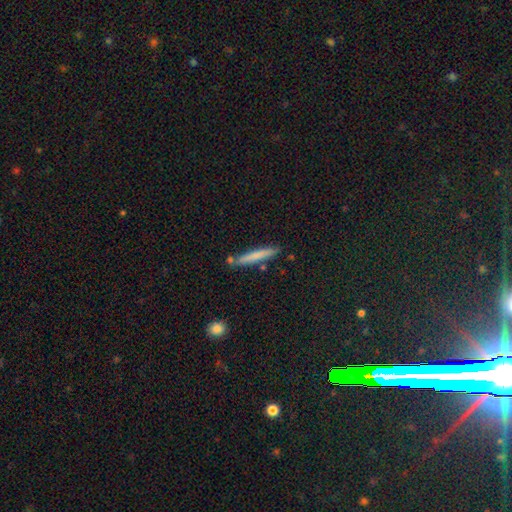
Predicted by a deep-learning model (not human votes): The model was most divided on "smooth or featured": smooth: 70%, featured or disk: 23%, star or artifact: 7%. More confident: how rounded — cigar-shaped (95%); merging — none (81%).